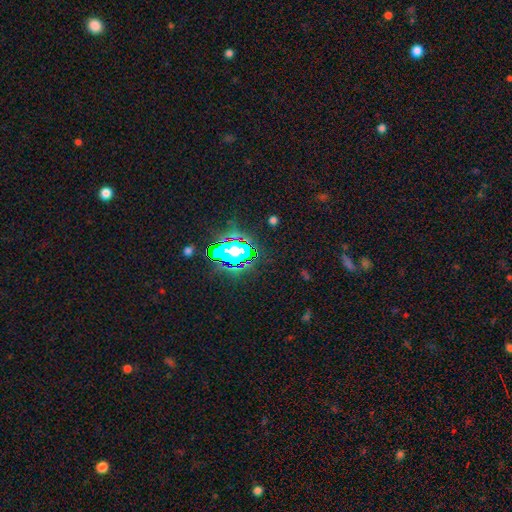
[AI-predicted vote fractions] Smooth or featured? star or artifact (81%)